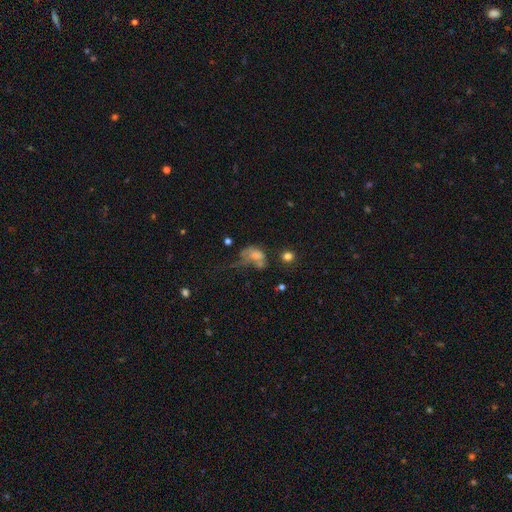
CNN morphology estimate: smooth 54%, featured or disk 31%, star or artifact 15%. Down the decision tree: how rounded — in between (76%); merging — major disturbance (51%).